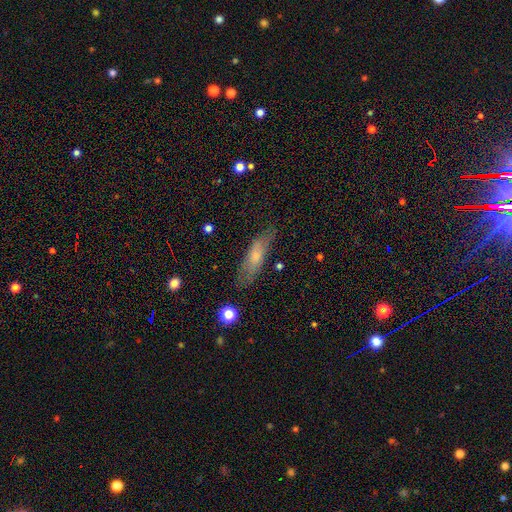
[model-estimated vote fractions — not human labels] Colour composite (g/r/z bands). It shows a smooth galaxy with no disk features (64%) that is cigar-shaped (50%). Merging: none (70%).